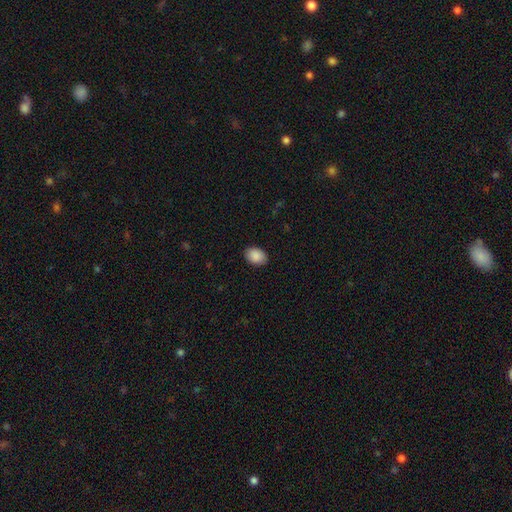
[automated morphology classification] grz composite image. It shows a smooth galaxy with no disk features (90%) that is in between round and cigar-shaped (81%). Merging: none (89%).